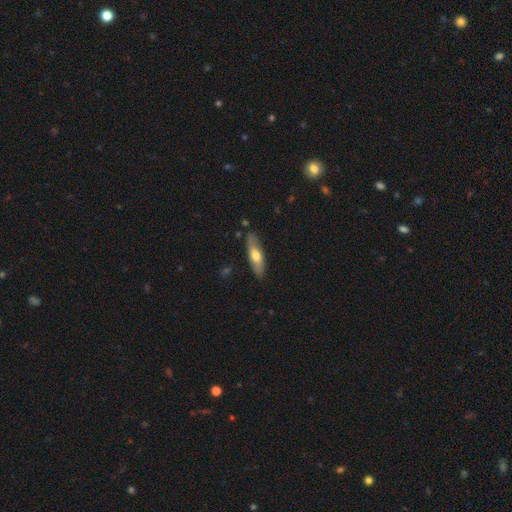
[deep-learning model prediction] A smooth galaxy with no disk features (57%) that is cigar-shaped (56%).

Vote fractions:
- Smooth or featured? smooth: 57% / featured or disk: 38% / star or artifact: 6%
- How rounded? cigar-shaped: 56% / in between: 41% / round: 2%
- Merging? none: 83% / minor disturbance: 13% / major disturbance: 2% / merger: 2%